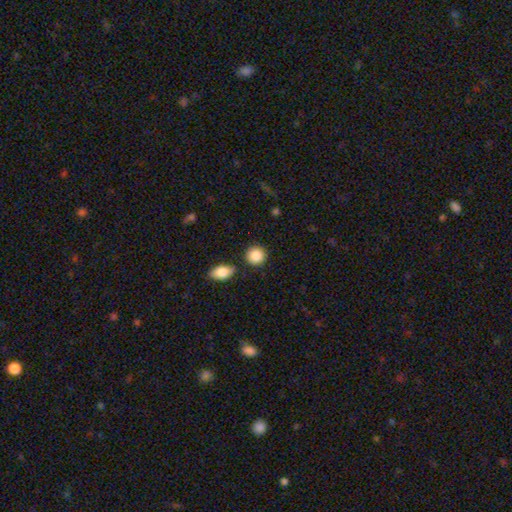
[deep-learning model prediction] smooth 88%, star or artifact 8%, featured or disk 5%. Down the decision tree: how rounded — round (88%); merging — none (83%).